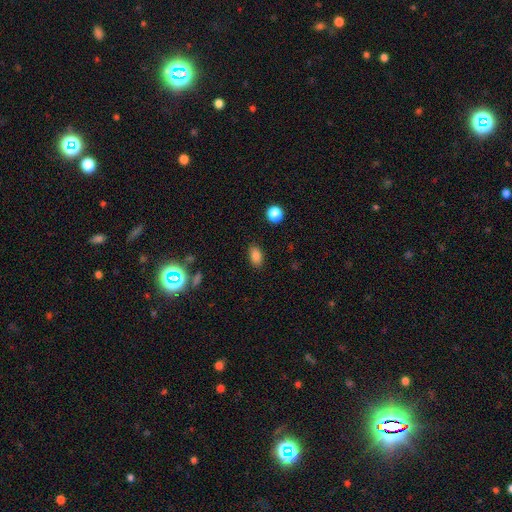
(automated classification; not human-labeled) Smooth or featured? smooth (84%)
How rounded? in between (87%)
Merging? none (86%)